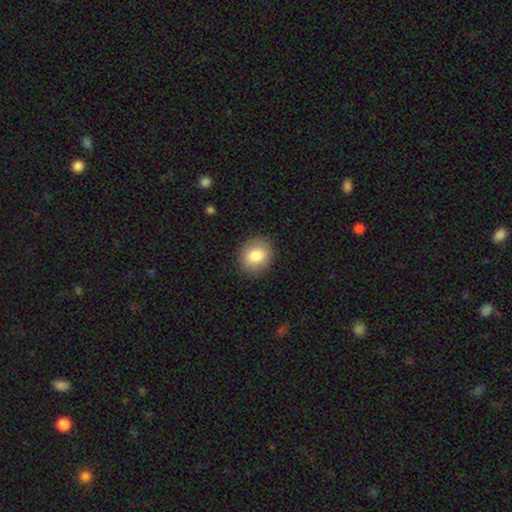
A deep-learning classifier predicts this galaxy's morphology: type=smooth (82%); roundness=round (63%); merging=none (88%).